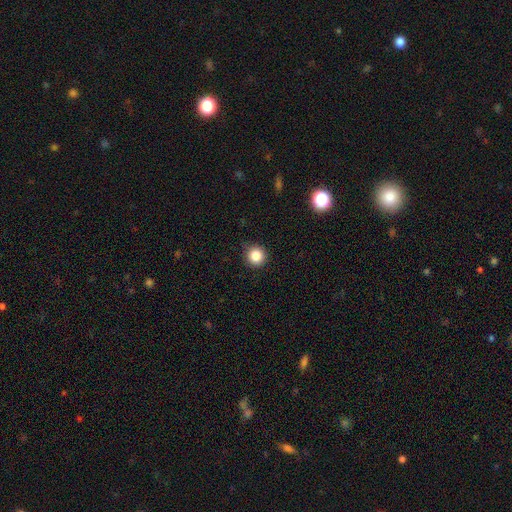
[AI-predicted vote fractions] Smooth or featured?
  - smooth: 85% *
  - star or artifact: 11%
  - featured or disk: 4%
How rounded?
  - round: 94% *
  - in between: 5%
  - cigar-shaped: 1%
Merging?
  - none: 87% *
  - minor disturbance: 9%
  - major disturbance: 2%
  - merger: 1%